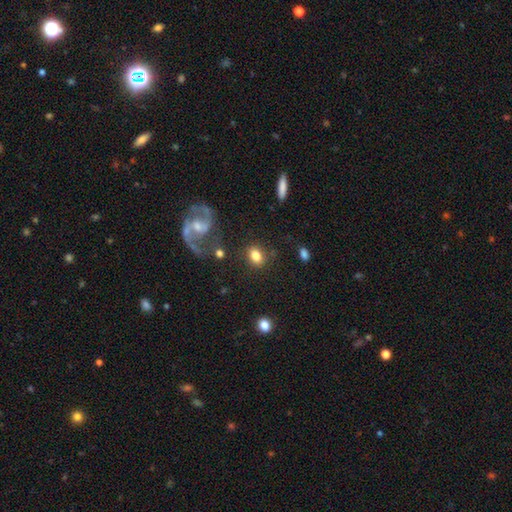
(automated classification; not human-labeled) Morphology: type=smooth (78%); roundness=in between (59%); merging=none (77%).